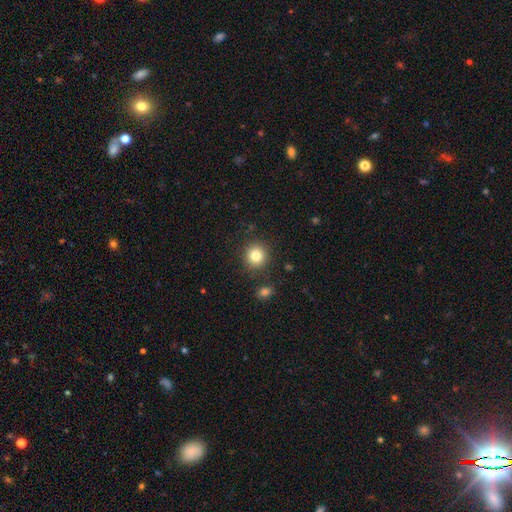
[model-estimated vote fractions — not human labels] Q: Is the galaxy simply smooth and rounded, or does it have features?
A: smooth — 81%.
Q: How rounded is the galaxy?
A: round — 91%.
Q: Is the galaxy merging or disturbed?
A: none — 87%.